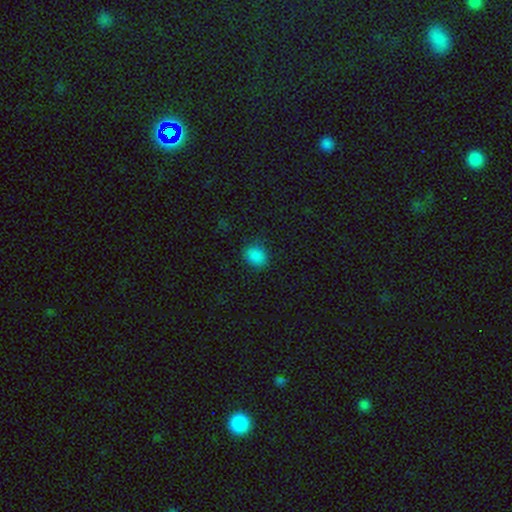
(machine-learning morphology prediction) This appears to be a smooth galaxy with no disk features (85%) that is round (51%). Merging: none (83%).